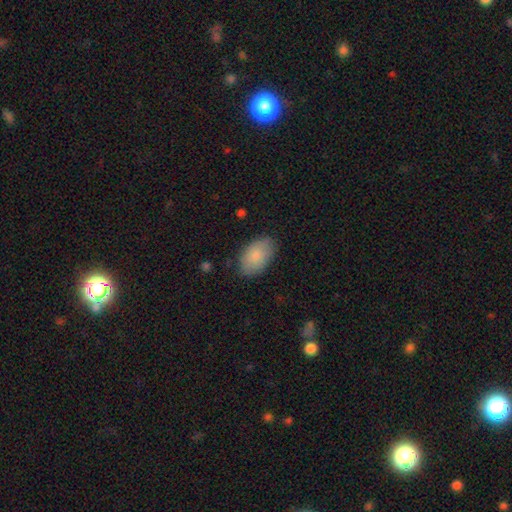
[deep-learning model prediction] This is clearly a smooth galaxy (86%). How rounded: clearly in between (93%). Merging: clearly none (82%).